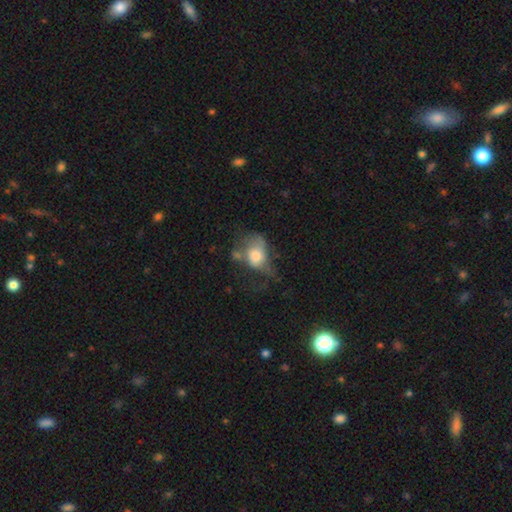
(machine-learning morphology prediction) A smooth galaxy with no disk features (57%) that is in between round and cigar-shaped (67%). Merging: major disturbance (44%).